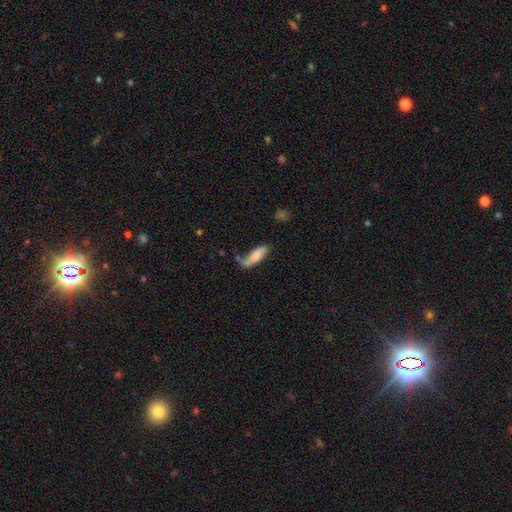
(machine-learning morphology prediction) Q: Smooth or featured?
A: smooth (73%); runner-up: featured or disk (20%)
Q: How rounded?
A: in between (55%); runner-up: cigar-shaped (43%)
Q: Merging?
A: none (44%); runner-up: minor disturbance (28%)